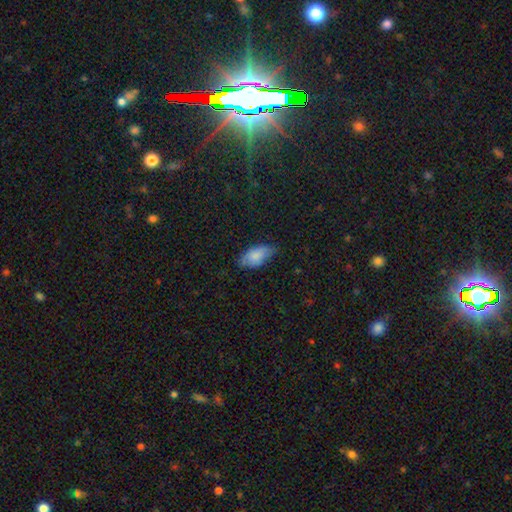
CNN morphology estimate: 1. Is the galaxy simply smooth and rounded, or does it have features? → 81% smooth, 12% featured or disk, 8% star or artifact.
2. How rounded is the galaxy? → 92% in between, 5% cigar-shaped, 3% round.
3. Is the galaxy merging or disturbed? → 62% none, 31% minor disturbance, 6% major disturbance, 1% merger.